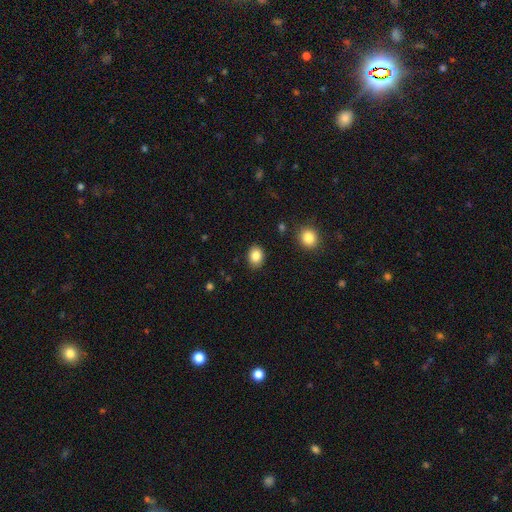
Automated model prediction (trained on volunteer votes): This is clearly a smooth galaxy (85%). How rounded: possibly in between (59%). Merging: clearly none (88%).